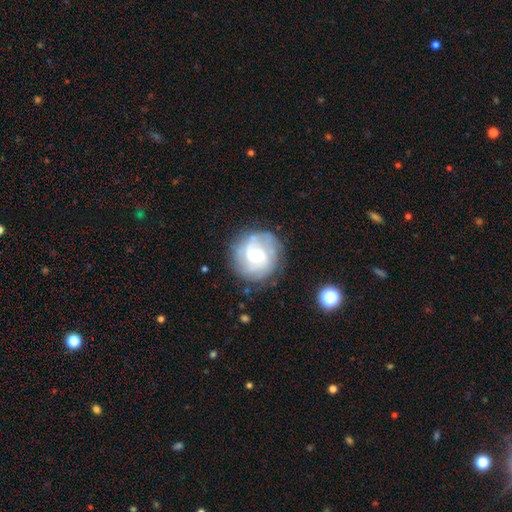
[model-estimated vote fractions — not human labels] smooth-or-featured: featured or disk: 77% | smooth: 17% | star or artifact: 6%
  disk-edge-on: no: 98% | yes: 2%
    bar: no: 52% | weak: 40% | strong: 8%
    has-spiral-arms: yes: 93% | no: 7%
      spiral-winding: tight: 49% | medium: 38% | loose: 13%
      spiral-arm-count: 2: 38% | can't tell: 26% | 3: 20% | 4: 7% | 1: 5% | more than 4: 4%
    bulge-size: moderate: 56% | small: 35% | large: 7% | none: 1% | dominant: 1%
  merging: none: 80% | minor disturbance: 13% | major disturbance: 5% | merger: 2%